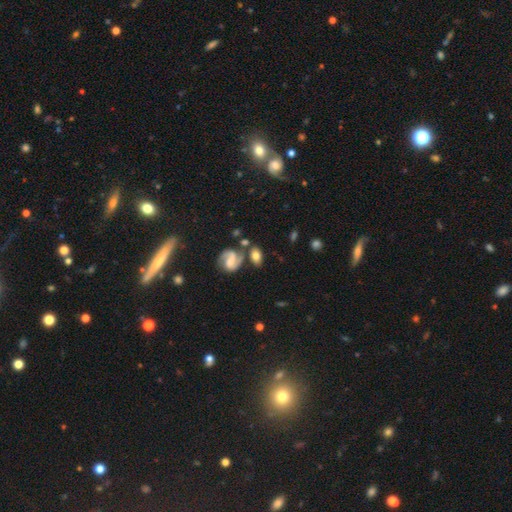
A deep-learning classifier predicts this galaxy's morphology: Smooth or featured? Predicted: smooth (p=0.53). How rounded? Predicted: in between (p=0.75). Merging? Predicted: none (p=0.61).